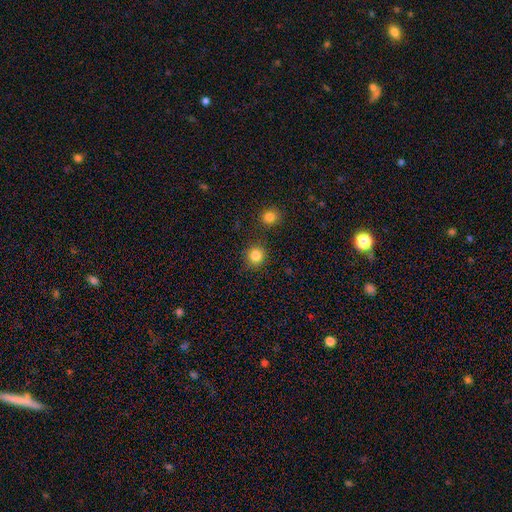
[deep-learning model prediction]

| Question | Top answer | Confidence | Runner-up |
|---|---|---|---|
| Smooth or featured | smooth | 84% | star or artifact (11%) |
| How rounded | round | 92% | in between (7%) |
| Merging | none | 86% | minor disturbance (7%) |